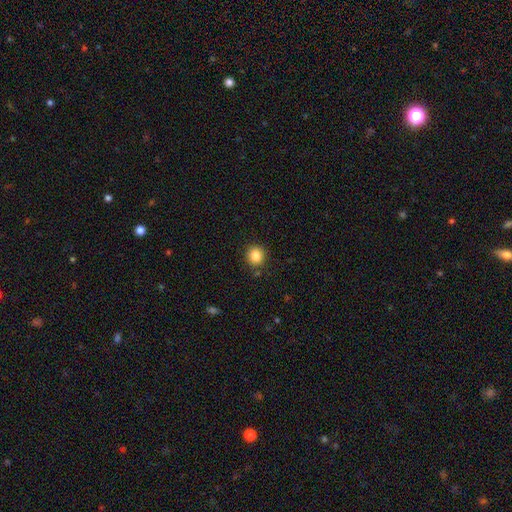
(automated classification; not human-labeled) A smooth galaxy with no disk features (85%) that is round (89%).

Vote fractions:
- Smooth or featured? smooth: 85% / star or artifact: 10% / featured or disk: 5%
- How rounded? round: 89% / in between: 10% / cigar-shaped: 1%
- Merging? none: 88% / minor disturbance: 8% / major disturbance: 2% / merger: 2%